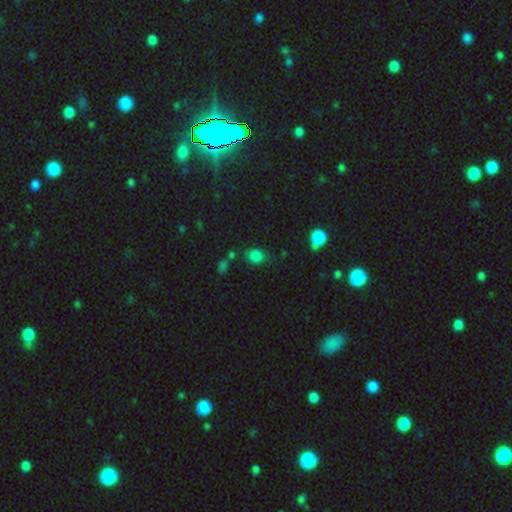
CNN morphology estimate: This appears to be a smooth galaxy with no disk features (79%) that is in between round and cigar-shaped (52%). Merging: none (70%).